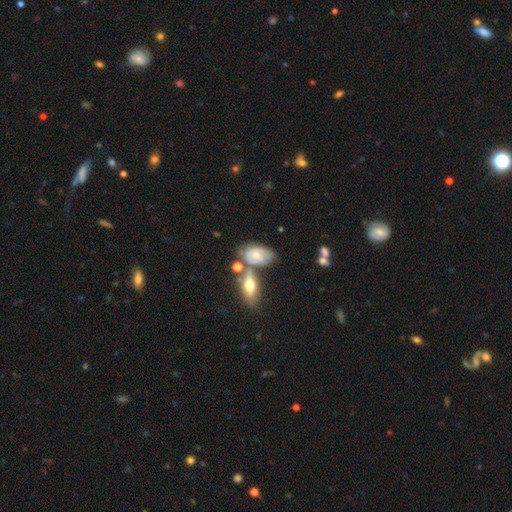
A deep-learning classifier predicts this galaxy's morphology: smooth 49%, featured or disk 42%, star or artifact 9%. Down the decision tree: merging — none (39%).